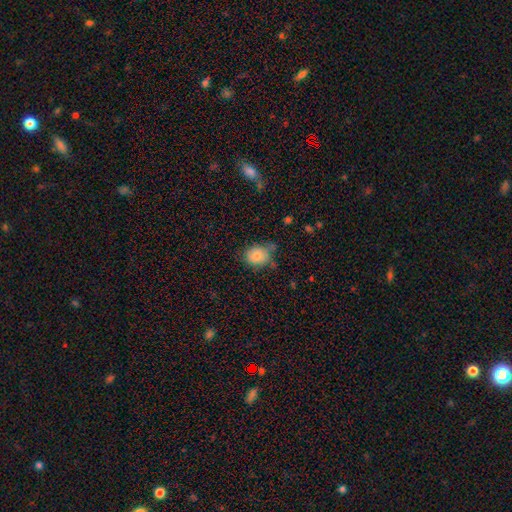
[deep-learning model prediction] smooth 83%, star or artifact 10%, featured or disk 7%. Down the decision tree: how rounded — round (60%); merging — none (61%).